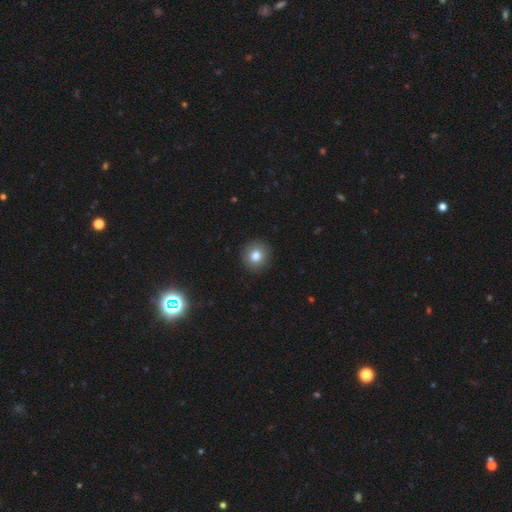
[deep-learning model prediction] Smooth or featured?
  - smooth: 82% *
  - star or artifact: 10%
  - featured or disk: 8%
How rounded?
  - round: 90% *
  - in between: 9%
  - cigar-shaped: 1%
Merging?
  - none: 91% *
  - minor disturbance: 6%
  - major disturbance: 2%
  - merger: 1%